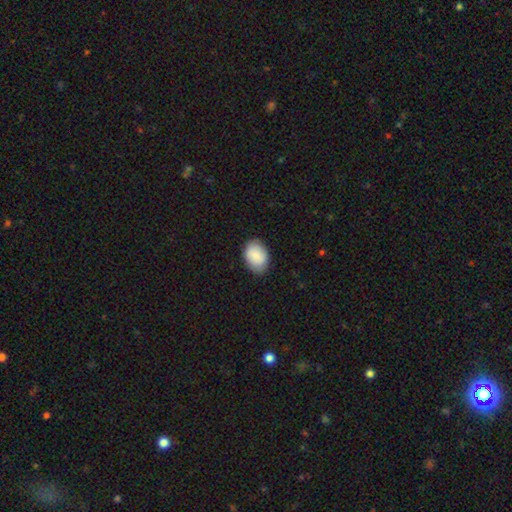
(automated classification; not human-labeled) This is clearly a smooth galaxy (86%). How rounded: likely in between (76%). Merging: clearly none (83%).